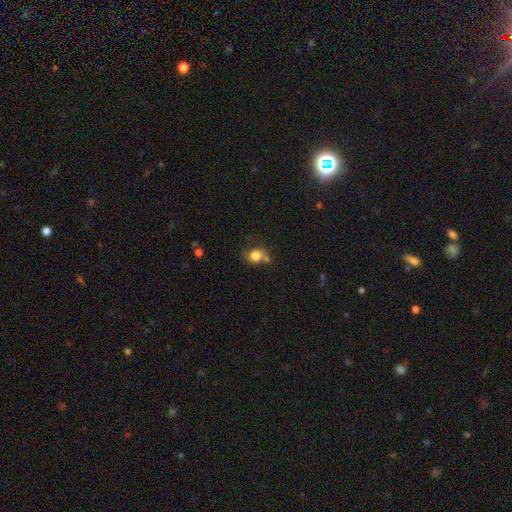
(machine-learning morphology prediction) Smooth or featured? smooth (76%)
How rounded? round (66%)
Merging? none (52%)